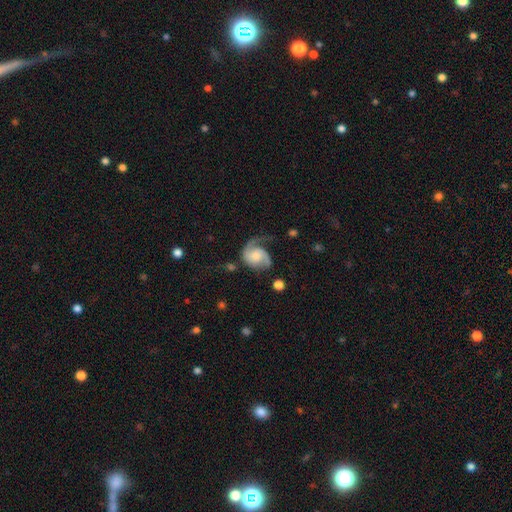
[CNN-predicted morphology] Q: Smooth or featured?
A: featured or disk (80%); runner-up: smooth (14%)
Q: Edge-on disk?
A: no (98%); runner-up: yes (2%)
Q: Bar?
A: no (68%); runner-up: weak (28%)
Q: Spiral arms?
A: yes (96%); runner-up: no (4%)
Q: Spiral winding?
A: medium (45%); runner-up: loose (32%)
Q: Spiral arm count?
A: 2 (60%); runner-up: 1 (33%)
Q: Bulge size?
A: moderate (39%); runner-up: small (29%)
Q: Merging?
A: none (48%); runner-up: major disturbance (26%)